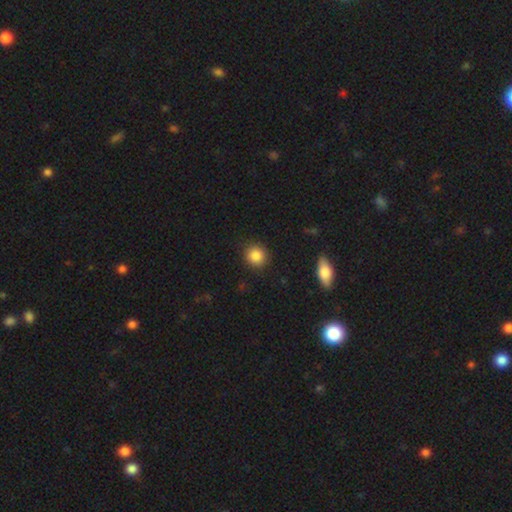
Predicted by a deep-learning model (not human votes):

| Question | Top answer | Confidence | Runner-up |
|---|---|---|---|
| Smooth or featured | smooth | 86% | star or artifact (10%) |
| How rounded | round | 89% | in between (10%) |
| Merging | none | 89% | minor disturbance (8%) |